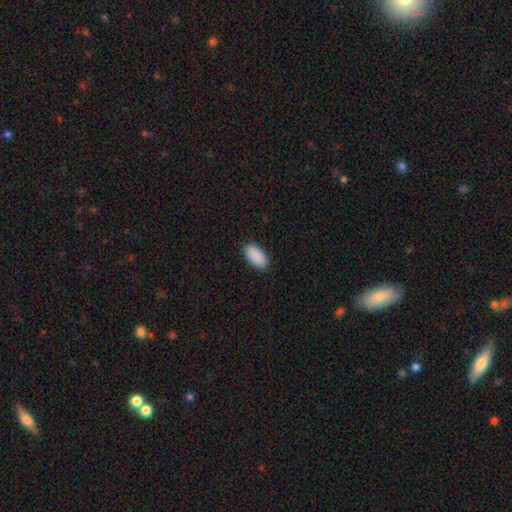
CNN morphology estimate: smooth_or_featured: smooth (p=0.91) [alt: star or artifact p=0.06]
how_rounded: in between (p=0.95) [alt: cigar-shaped p=0.03]
merging: none (p=0.89) [alt: minor disturbance p=0.08]